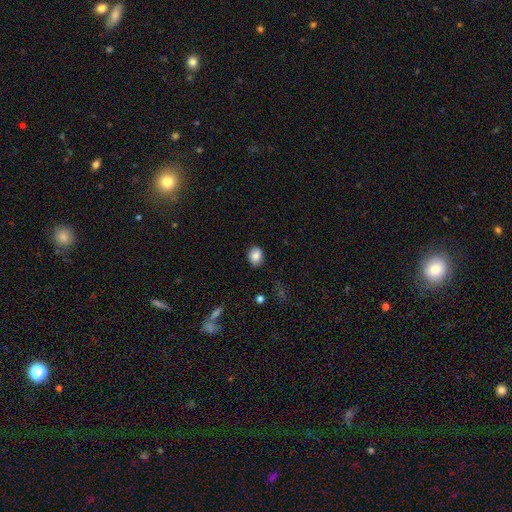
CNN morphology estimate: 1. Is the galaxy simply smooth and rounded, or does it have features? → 86% smooth, 9% star or artifact, 6% featured or disk.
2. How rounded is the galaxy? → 52% in between, 47% round, 1% cigar-shaped.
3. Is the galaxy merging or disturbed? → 87% none, 9% minor disturbance, 2% major disturbance, 1% merger.